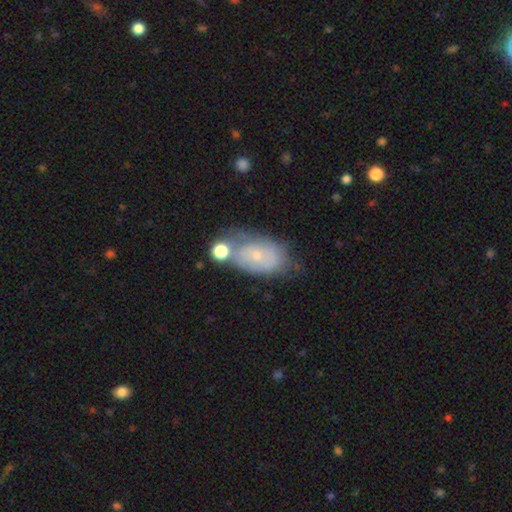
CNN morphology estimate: Smooth or featured?
  - featured or disk: 46% *
  - smooth: 45%
  - star or artifact: 9%
Merging?
  - none: 39% *
  - minor disturbance: 28%
  - merger: 18%
  - major disturbance: 15%